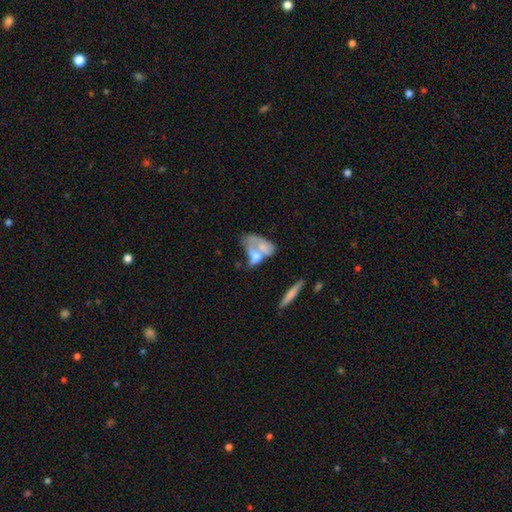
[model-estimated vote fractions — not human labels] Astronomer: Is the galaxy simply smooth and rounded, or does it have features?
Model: smooth — 54% (runner-up: featured or disk, 38%).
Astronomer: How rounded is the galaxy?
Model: in between — 83%.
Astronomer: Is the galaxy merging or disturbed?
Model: merger — 54%.